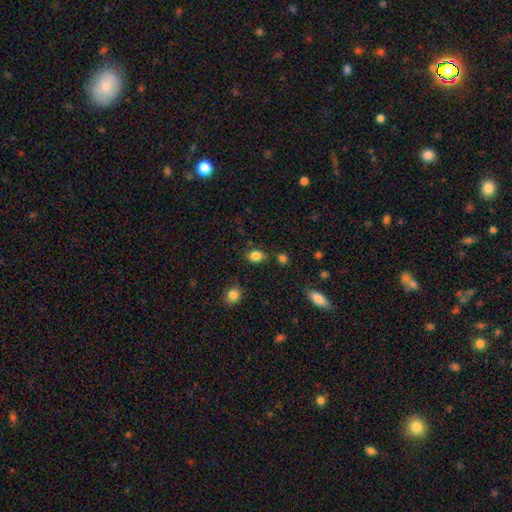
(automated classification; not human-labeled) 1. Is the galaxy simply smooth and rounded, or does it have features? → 84% smooth, 11% star or artifact, 5% featured or disk.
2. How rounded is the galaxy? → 61% in between, 38% round, 1% cigar-shaped.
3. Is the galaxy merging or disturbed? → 78% none, 14% minor disturbance, 4% merger, 3% major disturbance.